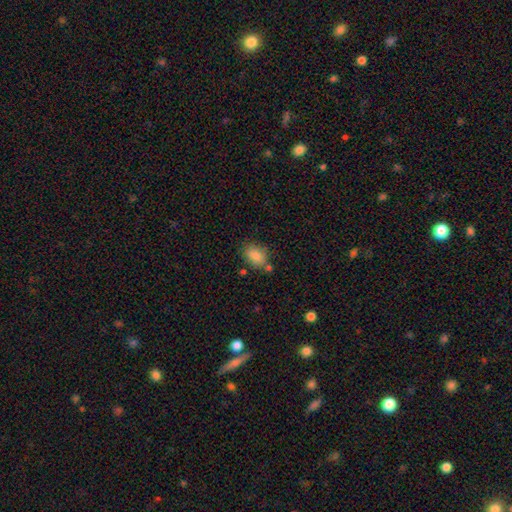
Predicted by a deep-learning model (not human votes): Q: Smooth or featured?
A: smooth (85%); runner-up: star or artifact (8%)
Q: How rounded?
A: in between (81%); runner-up: round (18%)
Q: Merging?
A: none (68%); runner-up: minor disturbance (17%)